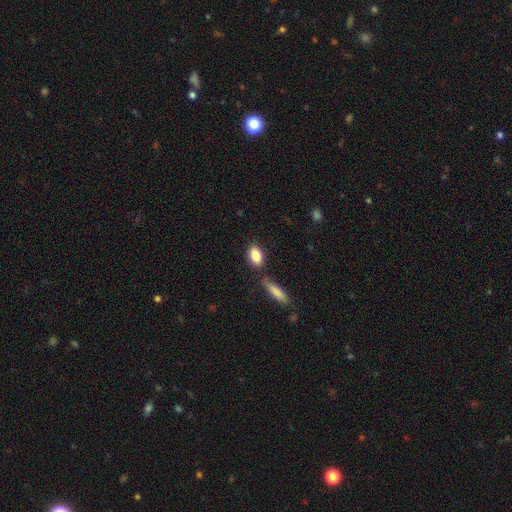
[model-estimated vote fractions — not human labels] A smooth galaxy with no disk features (85%) that is in between round and cigar-shaped (85%). Merging: none (72%).